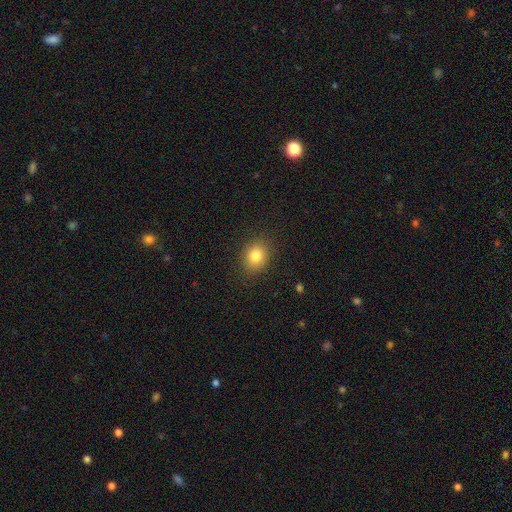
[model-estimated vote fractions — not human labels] A smooth galaxy with no disk features (82%) that is round (62%). Merging: none (87%).